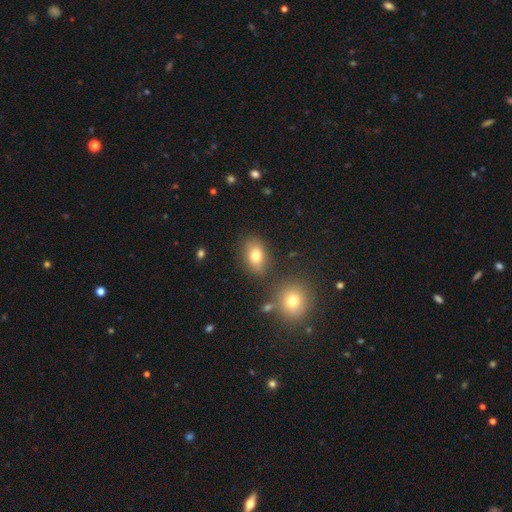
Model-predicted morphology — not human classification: A smooth galaxy with no disk features (77%) that is in between round and cigar-shaped (72%).

Vote fractions:
- Smooth or featured? smooth: 77% / star or artifact: 12% / featured or disk: 12%
- How rounded? in between: 72% / round: 27% / cigar-shaped: 2%
- Merging? none: 77% / minor disturbance: 13% / merger: 7% / major disturbance: 4%